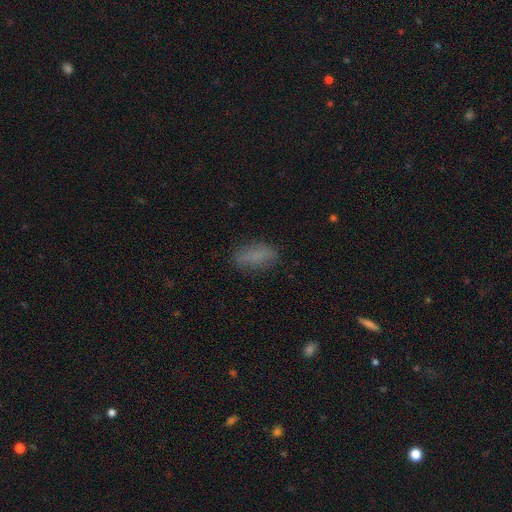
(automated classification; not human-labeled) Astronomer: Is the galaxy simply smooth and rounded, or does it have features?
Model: smooth — 80%.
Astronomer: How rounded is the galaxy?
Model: in between — 83%.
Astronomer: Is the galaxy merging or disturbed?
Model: none — 79%.